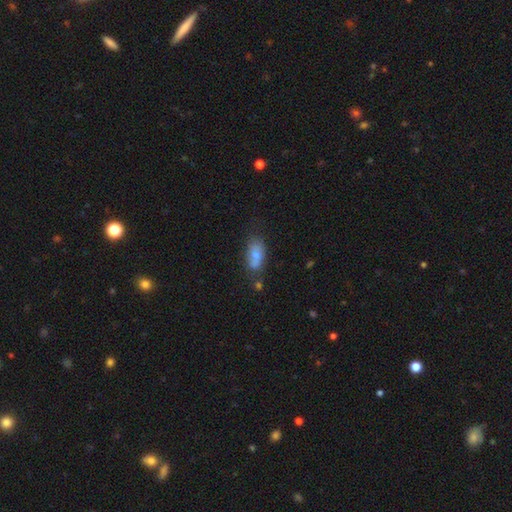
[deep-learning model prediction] Smooth or featured: smooth — 72% (featured or disk — 19%)
How rounded: in between — 85% (cigar-shaped — 9%)
Merging: none — 49% (minor disturbance — 23%)